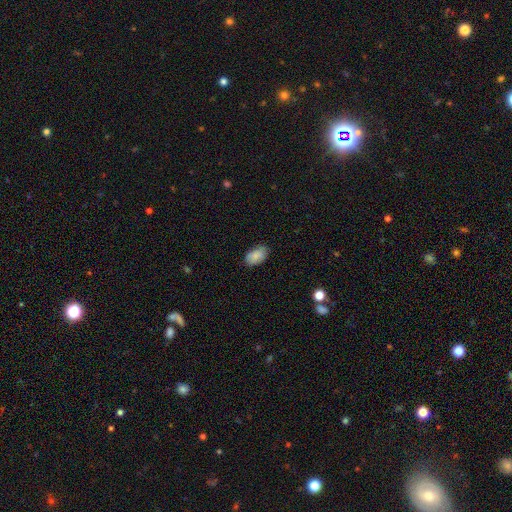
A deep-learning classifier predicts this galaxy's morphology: Smooth or featured: smooth — 84% (featured or disk — 9%)
How rounded: in between — 93% (round — 5%)
Merging: none — 78% (minor disturbance — 18%)